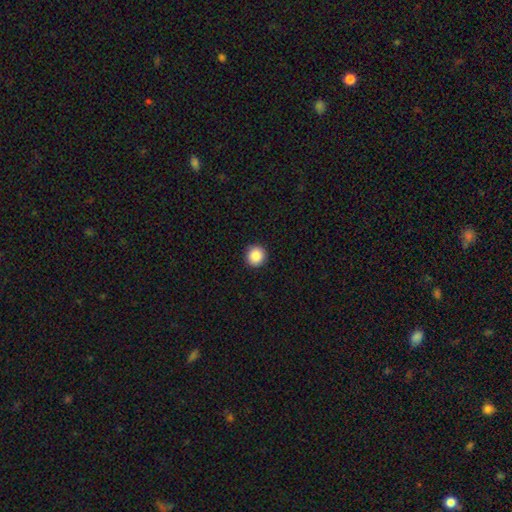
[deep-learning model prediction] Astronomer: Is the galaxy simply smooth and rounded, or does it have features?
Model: smooth — 89%.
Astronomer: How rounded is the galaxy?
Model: round — 95%.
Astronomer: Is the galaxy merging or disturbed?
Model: none — 93%.